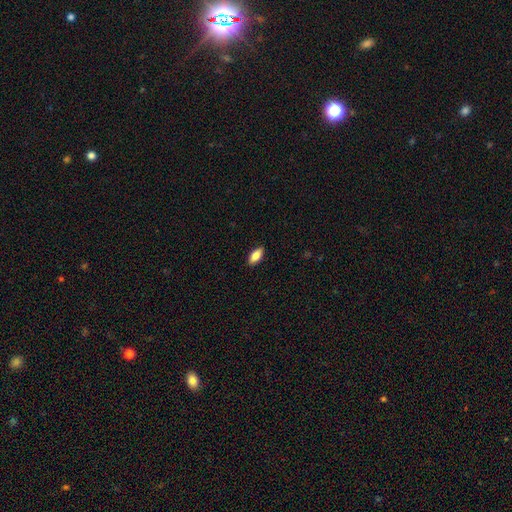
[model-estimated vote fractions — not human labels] Overall: smooth (83%). How rounded: in between (87%). Merging: none (88%).